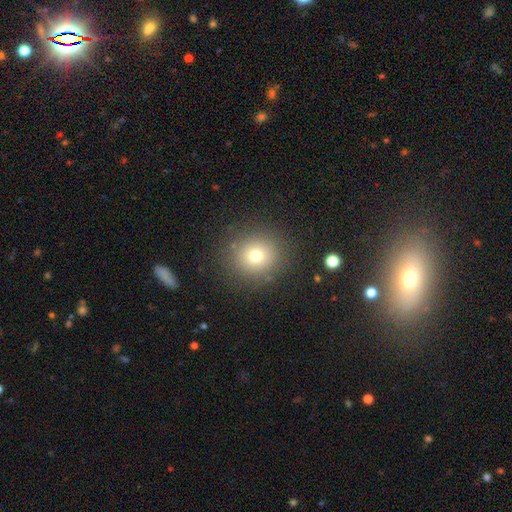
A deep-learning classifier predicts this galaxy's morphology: type=smooth (74%); roundness=round (89%); merging=none (87%).